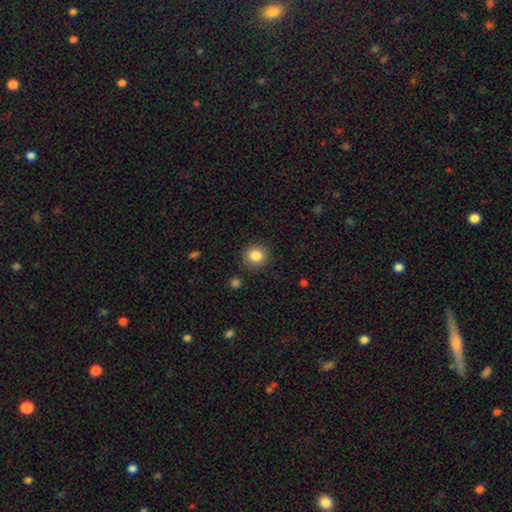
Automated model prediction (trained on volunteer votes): smooth-or-featured: smooth: 85% | star or artifact: 10% | featured or disk: 5%
  how-rounded: round: 89% | in between: 10% | cigar-shaped: 1%
  merging: none: 88% | minor disturbance: 8% | major disturbance: 3% | merger: 2%